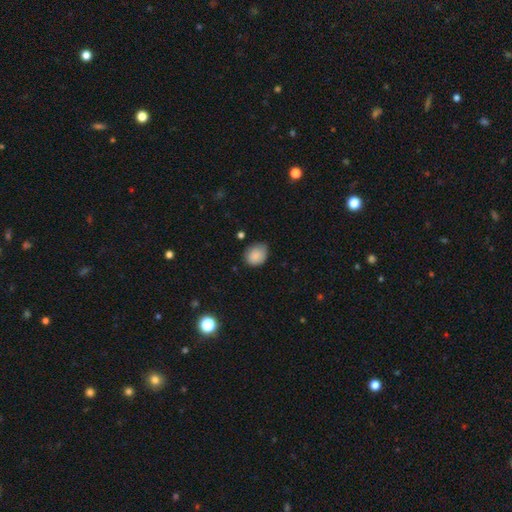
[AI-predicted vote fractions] The model was most divided on "how rounded": round: 57%, in between: 42%, cigar-shaped: 1%. More confident: smooth or featured — smooth (86%); merging — none (63%).